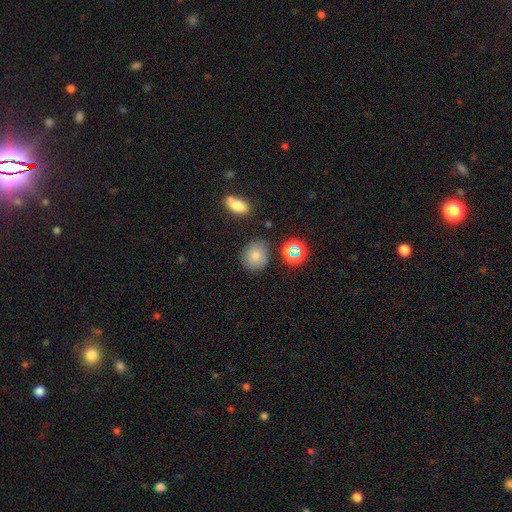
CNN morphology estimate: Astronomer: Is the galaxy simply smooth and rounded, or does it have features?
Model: smooth — 77%.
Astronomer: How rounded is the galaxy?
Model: round — 65%.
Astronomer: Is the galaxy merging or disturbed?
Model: none — 76%.